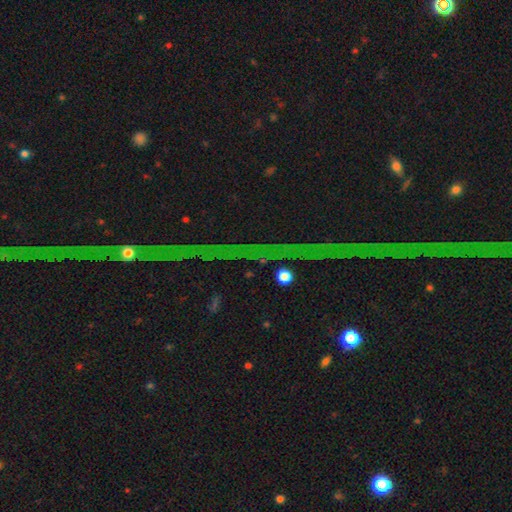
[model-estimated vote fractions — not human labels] Smooth or featured: star or artifact — 80% (featured or disk — 12%)